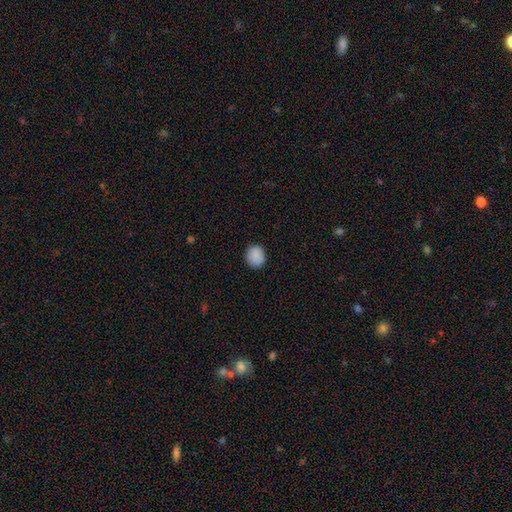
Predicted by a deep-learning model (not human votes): Q: Smooth or featured?
A: smooth (89%); runner-up: star or artifact (8%)
Q: How rounded?
A: round (72%); runner-up: in between (27%)
Q: Merging?
A: none (88%); runner-up: minor disturbance (9%)